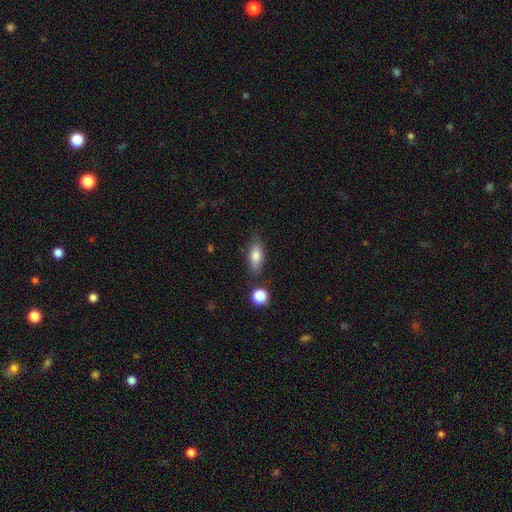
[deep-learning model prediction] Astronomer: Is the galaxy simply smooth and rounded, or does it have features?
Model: smooth — 78%.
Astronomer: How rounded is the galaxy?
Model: in between — 77%.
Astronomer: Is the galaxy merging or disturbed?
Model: none — 76%.